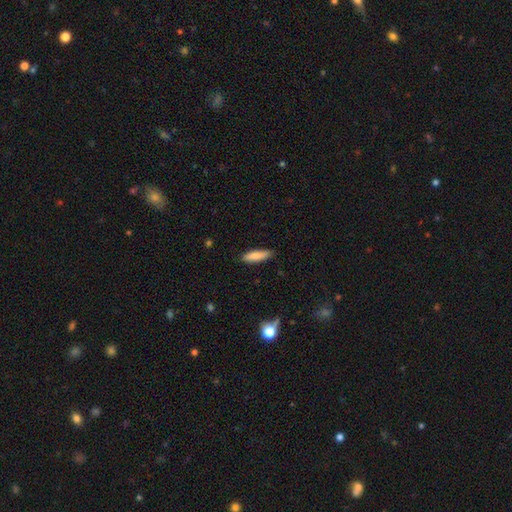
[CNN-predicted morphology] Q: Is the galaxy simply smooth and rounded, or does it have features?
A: smooth — 82%.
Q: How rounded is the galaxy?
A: cigar-shaped — 63%.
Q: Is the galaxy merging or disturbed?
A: none — 82%.